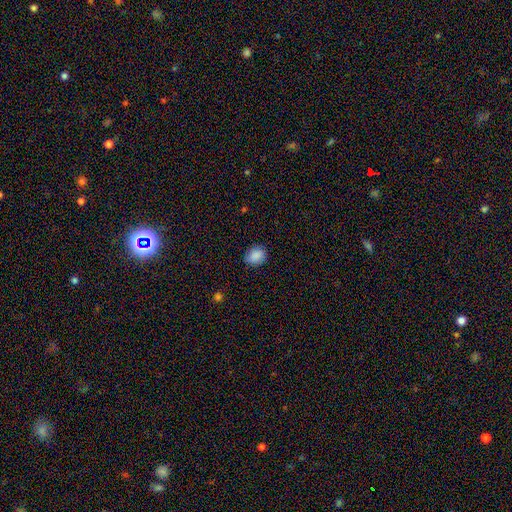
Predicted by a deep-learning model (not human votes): Smooth or featured?
  - smooth: 87% *
  - star or artifact: 8%
  - featured or disk: 5%
How rounded?
  - in between: 54% *
  - round: 44%
  - cigar-shaped: 1%
Merging?
  - none: 81% *
  - minor disturbance: 15%
  - major disturbance: 3%
  - merger: 1%